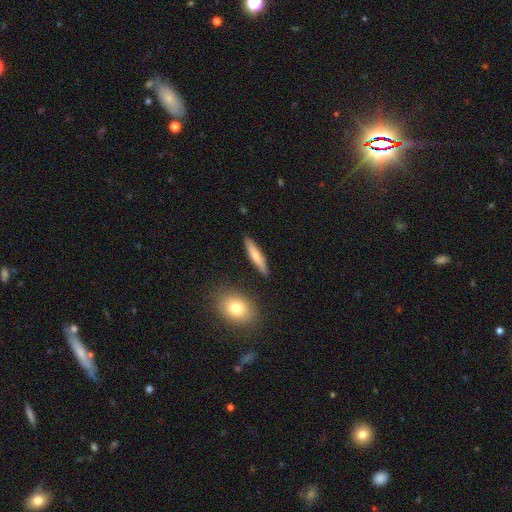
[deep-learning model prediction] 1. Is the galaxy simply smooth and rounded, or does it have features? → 67% smooth, 27% featured or disk, 6% star or artifact.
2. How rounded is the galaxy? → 84% cigar-shaped, 14% in between, 2% round.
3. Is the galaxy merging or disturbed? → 88% none, 8% minor disturbance, 2% merger, 2% major disturbance.